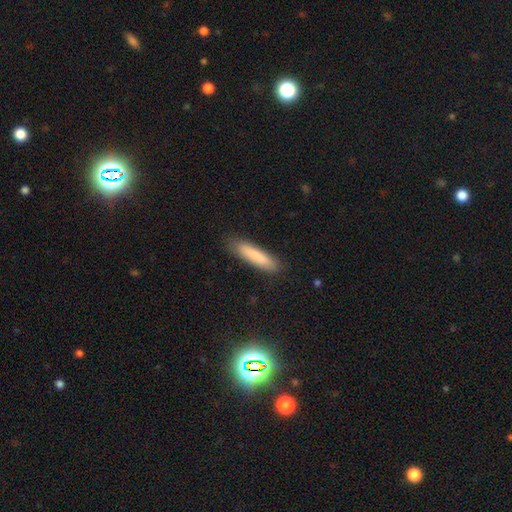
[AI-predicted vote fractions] Smooth or featured: smooth — 84% (featured or disk — 10%)
How rounded: cigar-shaped — 80% (in between — 18%)
Merging: none — 86% (minor disturbance — 10%)